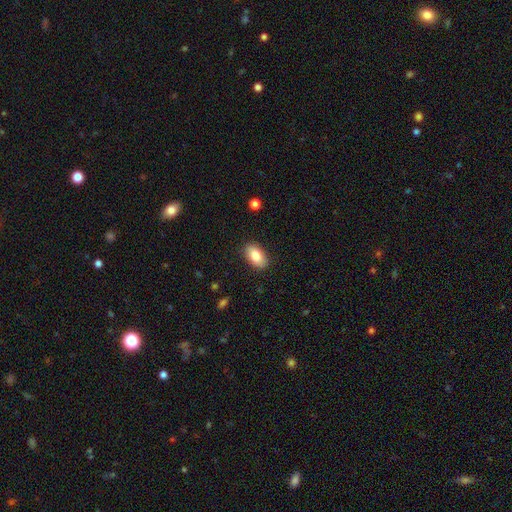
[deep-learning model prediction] smooth-or-featured: smooth: 83% | featured or disk: 10% | star or artifact: 7%
  how-rounded: in between: 92% | round: 5% | cigar-shaped: 2%
  merging: none: 88% | minor disturbance: 9% | major disturbance: 2% | merger: 1%